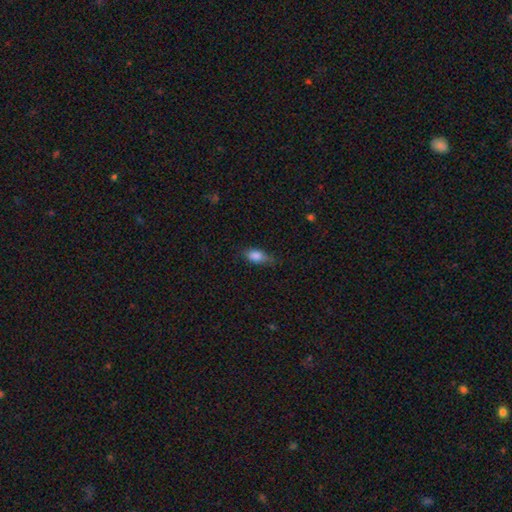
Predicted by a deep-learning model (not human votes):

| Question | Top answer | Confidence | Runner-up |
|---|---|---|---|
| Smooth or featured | smooth | 84% | featured or disk (8%) |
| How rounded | in between | 86% | cigar-shaped (9%) |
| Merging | none | 65% | minor disturbance (27%) |